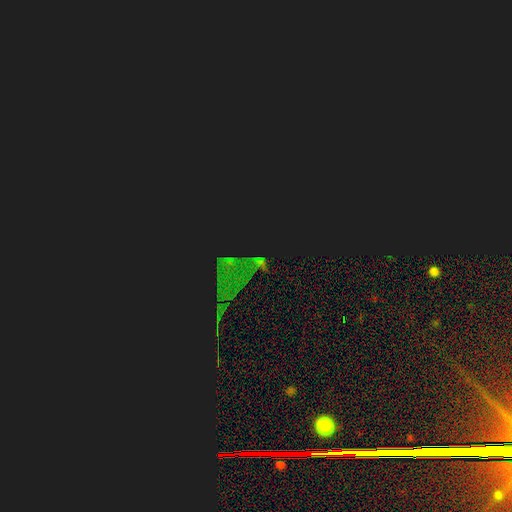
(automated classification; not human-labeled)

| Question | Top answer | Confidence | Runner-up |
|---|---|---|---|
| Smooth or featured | star or artifact | 80% | smooth (11%) |